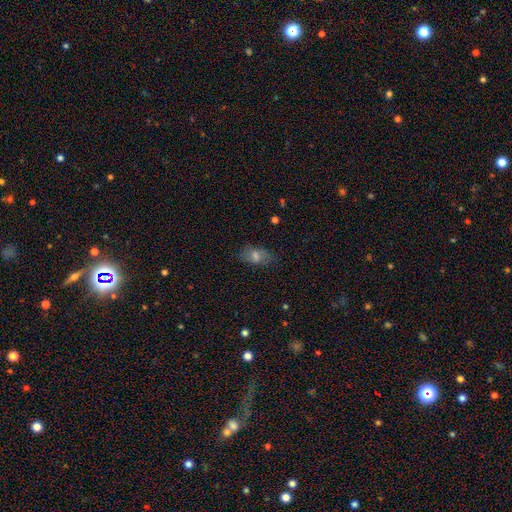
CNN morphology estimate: The model was most divided on "smooth or featured": smooth: 58%, featured or disk: 25%, star or artifact: 17%. More confident: how rounded — in between (84%); merging — none (76%).